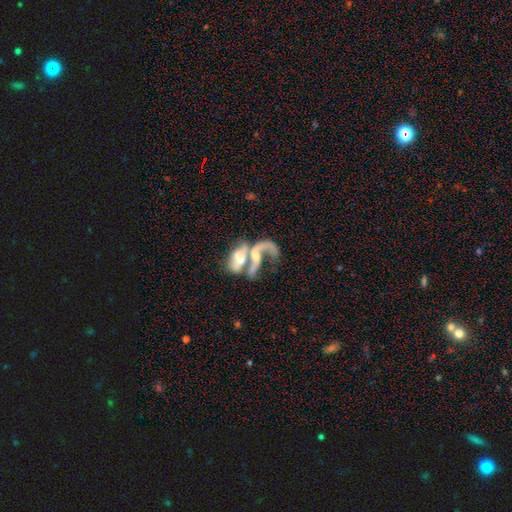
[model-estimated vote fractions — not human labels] Morphology: type=featured or disk (65%); edge-on=no (95%); bar=no (57%); spiral arms=yes (62%); bulge=moderate (35%); merging=merger (66%).